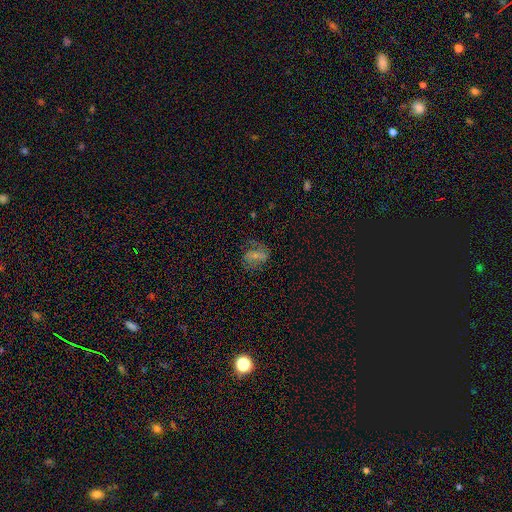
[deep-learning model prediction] A smooth galaxy with no disk features (49%).

Vote fractions:
- Smooth or featured? smooth: 49% / featured or disk: 37% / star or artifact: 14%
- Merging? none: 52% / minor disturbance: 25% / major disturbance: 20% / merger: 3%